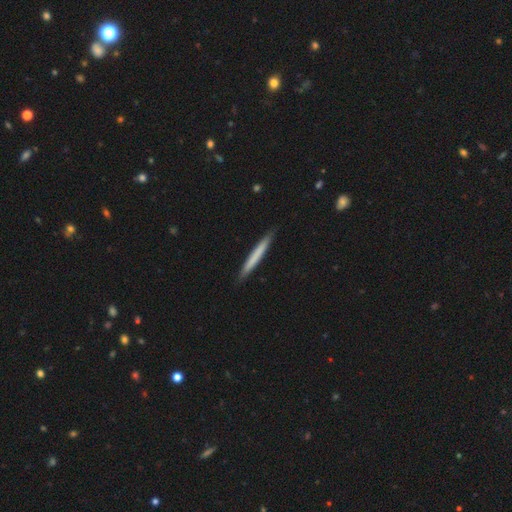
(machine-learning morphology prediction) Overall: smooth (67%; featured or disk 28%). How rounded: cigar-shaped (97%). Merging: none (90%).